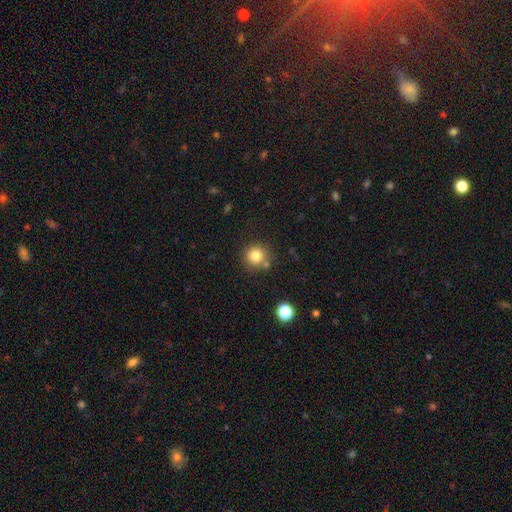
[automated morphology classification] Smooth or featured? Predicted: smooth (p=0.81). How rounded? Predicted: round (p=0.92). Merging? Predicted: none (p=0.77).